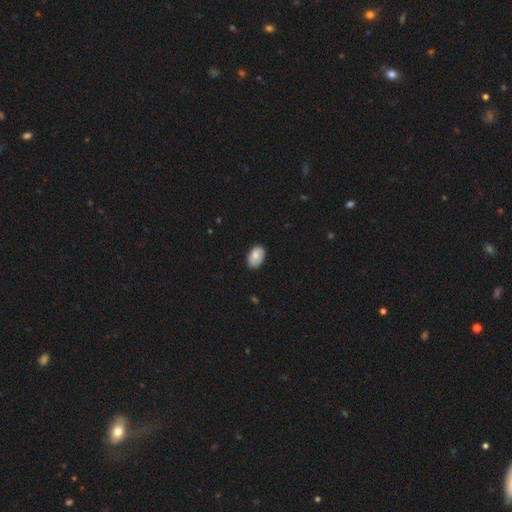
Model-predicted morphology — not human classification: Smooth or featured? Predicted: smooth (p=0.75). How rounded? Predicted: in between (p=0.91). Merging? Predicted: none (p=0.83).